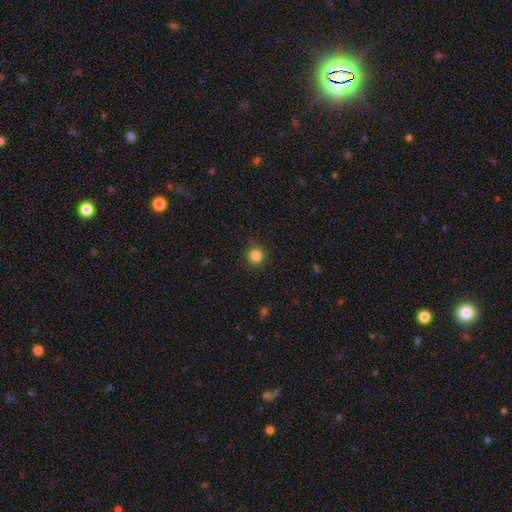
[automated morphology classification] This appears to be a smooth galaxy with no disk features (85%) that is round (93%). Merging: none (89%).